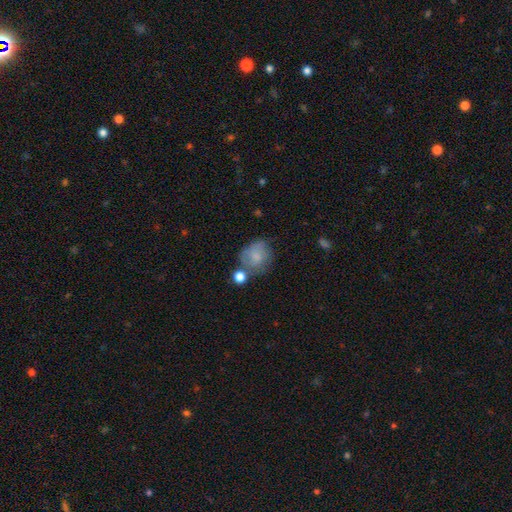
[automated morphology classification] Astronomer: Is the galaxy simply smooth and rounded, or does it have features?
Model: smooth — 70%.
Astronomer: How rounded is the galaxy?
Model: round — 66%.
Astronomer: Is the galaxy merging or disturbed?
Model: none — 48% (runner-up: minor disturbance, 25%).